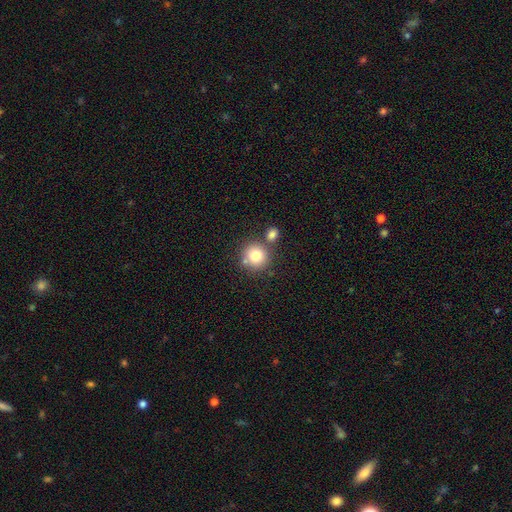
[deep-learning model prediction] Smooth or featured: smooth — 79% (featured or disk — 11%)
How rounded: round — 91% (in between — 8%)
Merging: none — 66% (merger — 22%)